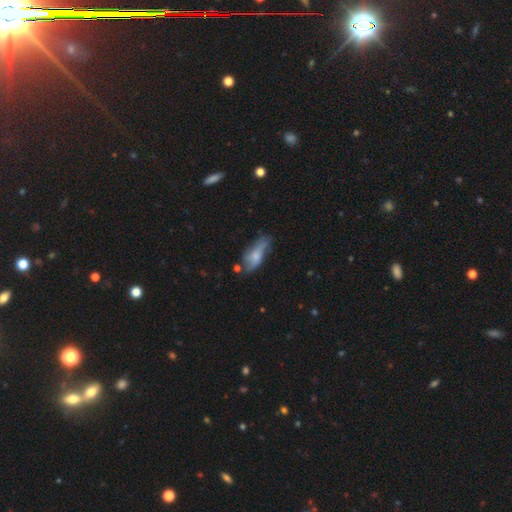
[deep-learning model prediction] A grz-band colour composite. It shows a smooth galaxy with no disk features (50%). Merging: none (47%).